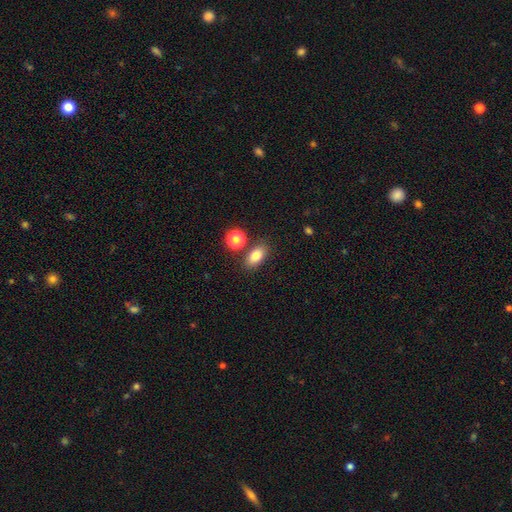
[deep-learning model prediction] Smooth or featured: smooth — 82% (star or artifact — 10%)
How rounded: in between — 84% (round — 12%)
Merging: none — 77% (minor disturbance — 11%)